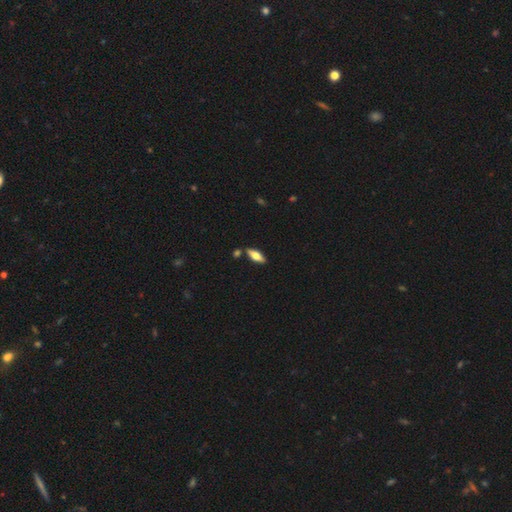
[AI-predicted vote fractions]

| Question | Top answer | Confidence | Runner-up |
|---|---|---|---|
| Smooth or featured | smooth | 57% | featured or disk (36%) |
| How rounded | in between | 71% | cigar-shaped (27%) |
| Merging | none | 82% | minor disturbance (10%) |